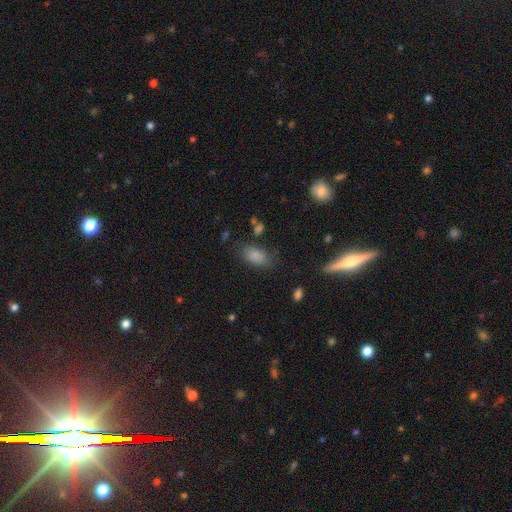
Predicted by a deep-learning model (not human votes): smooth-or-featured: smooth: 85% | star or artifact: 9% | featured or disk: 6%
  how-rounded: in between: 91% | round: 5% | cigar-shaped: 4%
  merging: none: 76% | minor disturbance: 15% | major disturbance: 6% | merger: 3%